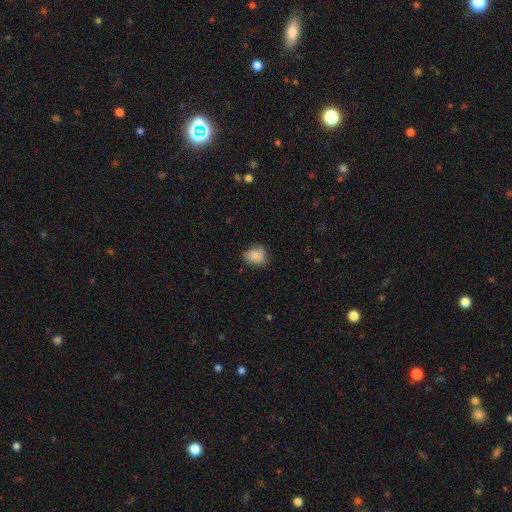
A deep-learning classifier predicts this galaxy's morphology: A smooth galaxy with no disk features (80%) that is round (50%). Merging: none (61%).